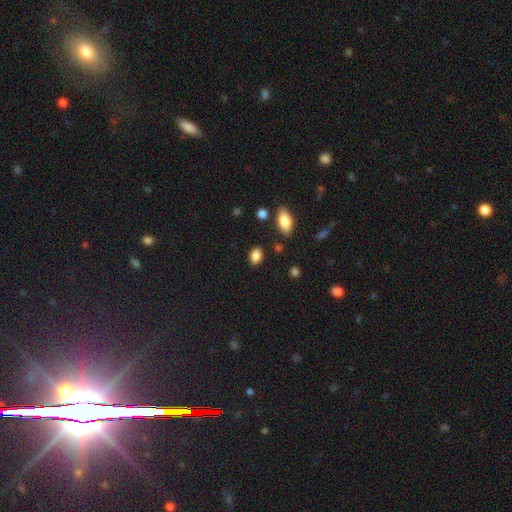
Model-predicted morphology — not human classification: A smooth galaxy with no disk features (86%) that is in between round and cigar-shaped (80%). Merging: none (83%).